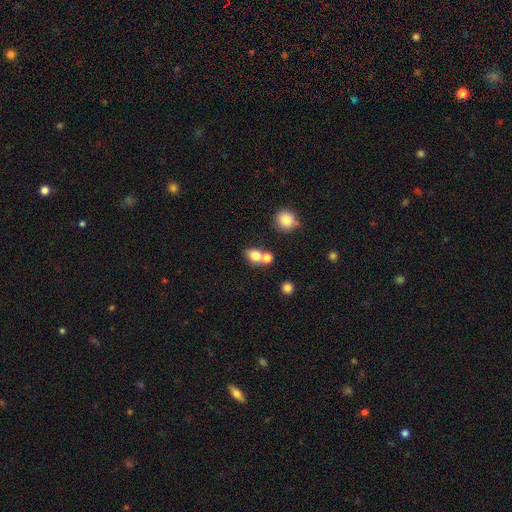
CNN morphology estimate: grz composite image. It shows a smooth galaxy with no disk features (77%) that is round (53%). Merging: merger (45%).